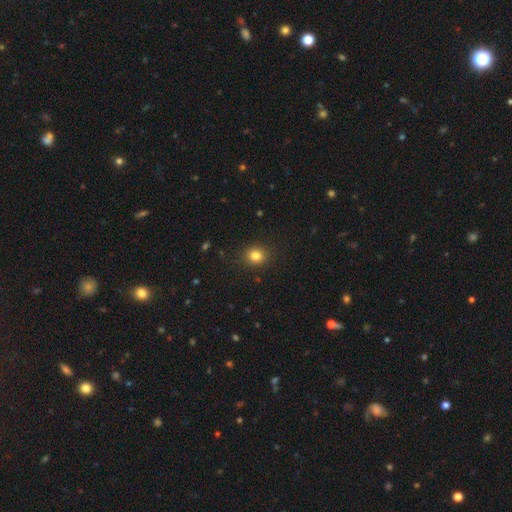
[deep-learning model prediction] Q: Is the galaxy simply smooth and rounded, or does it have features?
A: smooth — 82%.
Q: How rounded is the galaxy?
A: round — 72%.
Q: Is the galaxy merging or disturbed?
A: none — 89%.